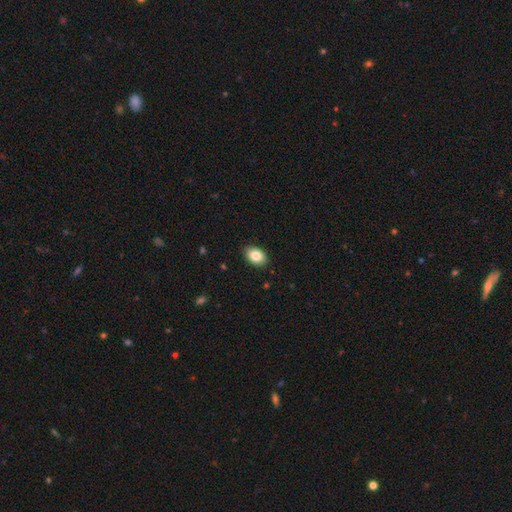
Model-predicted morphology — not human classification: Smooth or featured? smooth (85%)
How rounded? in between (84%)
Merging? none (89%)